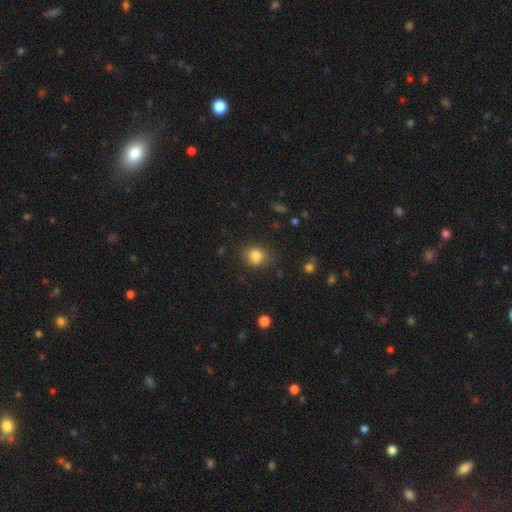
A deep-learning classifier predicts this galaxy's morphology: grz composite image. It shows a smooth galaxy with no disk features (81%) that is round (70%). Merging: none (75%).